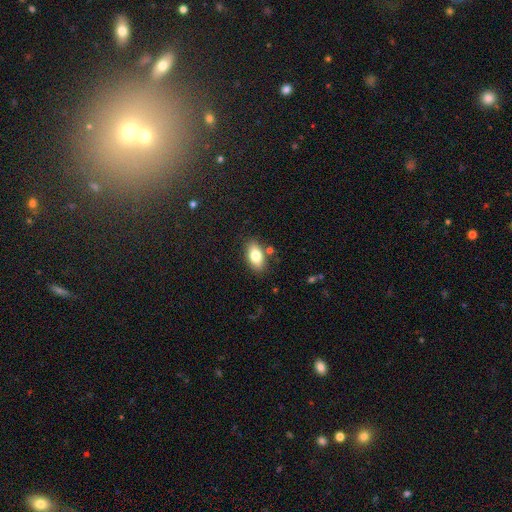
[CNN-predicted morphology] Smooth or featured? smooth (80%)
How rounded? in between (90%)
Merging? none (82%)